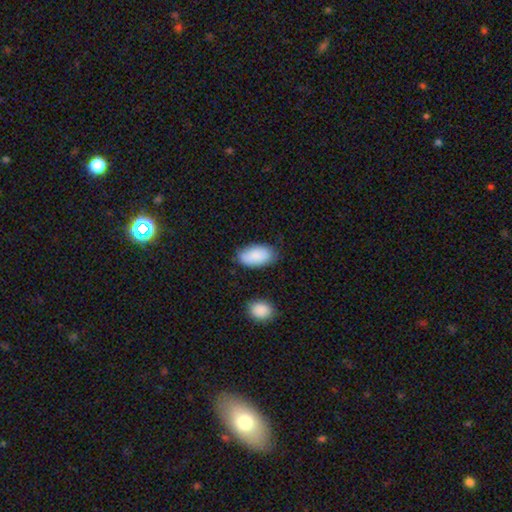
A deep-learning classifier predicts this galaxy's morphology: smooth-or-featured: smooth: 87% | featured or disk: 7% | star or artifact: 6%
  how-rounded: in between: 95% | round: 3% | cigar-shaped: 2%
  merging: none: 75% | minor disturbance: 18% | major disturbance: 4% | merger: 3%